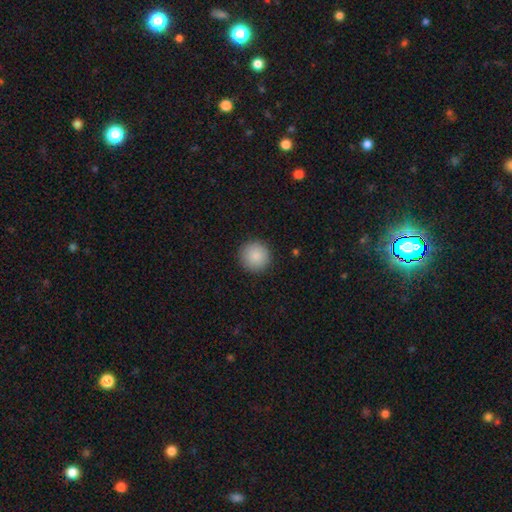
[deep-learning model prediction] Smooth or featured? smooth (88%)
How rounded? round (96%)
Merging? none (91%)